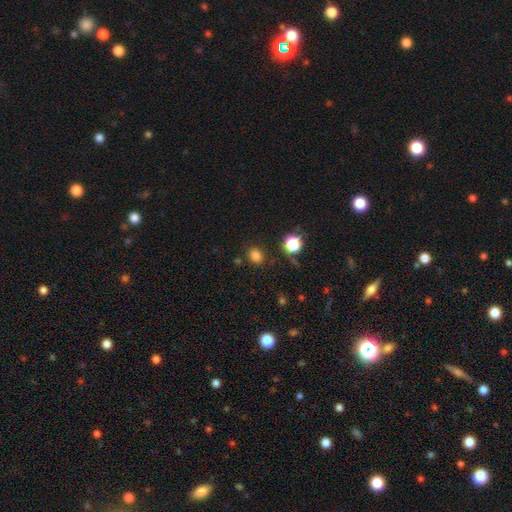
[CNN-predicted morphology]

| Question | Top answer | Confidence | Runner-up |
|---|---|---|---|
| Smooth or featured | smooth | 79% | star or artifact (16%) |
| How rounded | round | 64% | in between (35%) |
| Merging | none | 83% | minor disturbance (10%) |